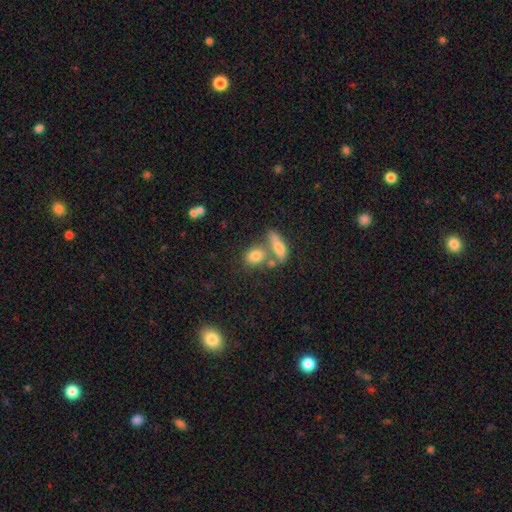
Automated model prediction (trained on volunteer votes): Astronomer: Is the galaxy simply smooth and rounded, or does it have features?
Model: smooth — 77%.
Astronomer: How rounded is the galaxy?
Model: in between — 51% (runner-up: round, 41%).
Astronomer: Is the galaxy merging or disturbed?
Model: none — 48% (runner-up: merger, 35%).